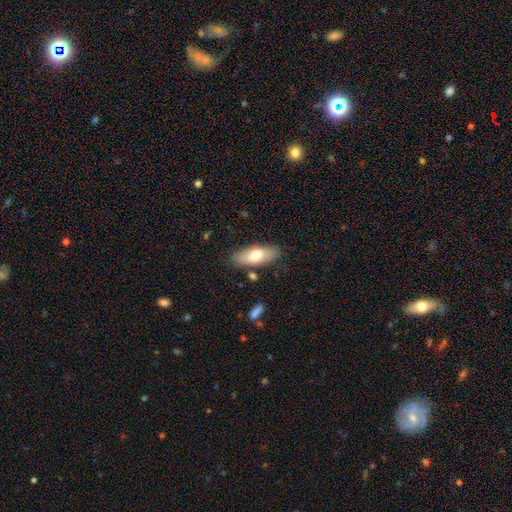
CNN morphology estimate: This appears to be a smooth galaxy with no disk features (68%) that is in between round and cigar-shaped (75%). Merging: none (82%).